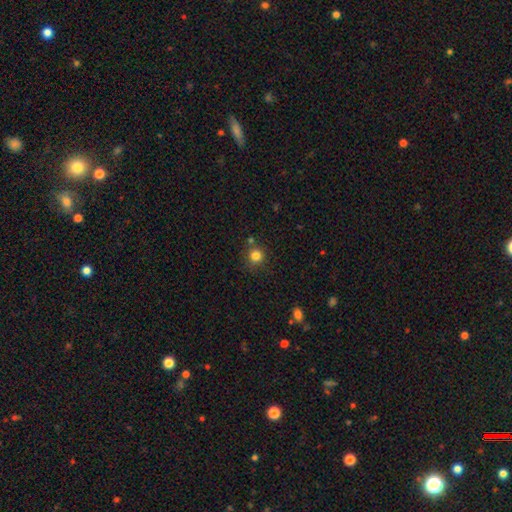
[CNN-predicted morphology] Smooth or featured? smooth (82%)
How rounded? round (92%)
Merging? none (80%)